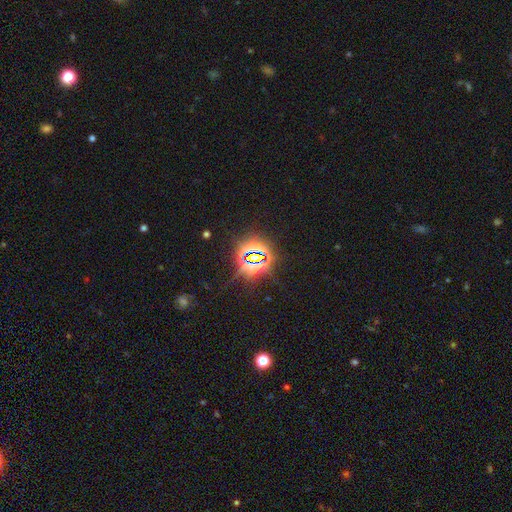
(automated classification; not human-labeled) Q: Smooth or featured?
A: star or artifact (82%); runner-up: smooth (10%)